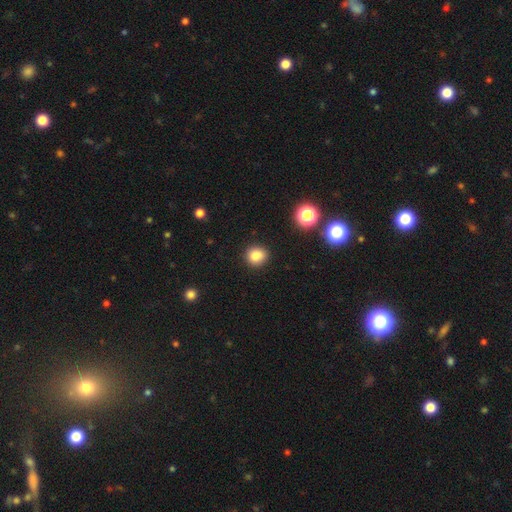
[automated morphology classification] Q: Smooth or featured?
A: smooth (83%); runner-up: star or artifact (12%)
Q: How rounded?
A: round (83%); runner-up: in between (16%)
Q: Merging?
A: none (87%); runner-up: minor disturbance (9%)